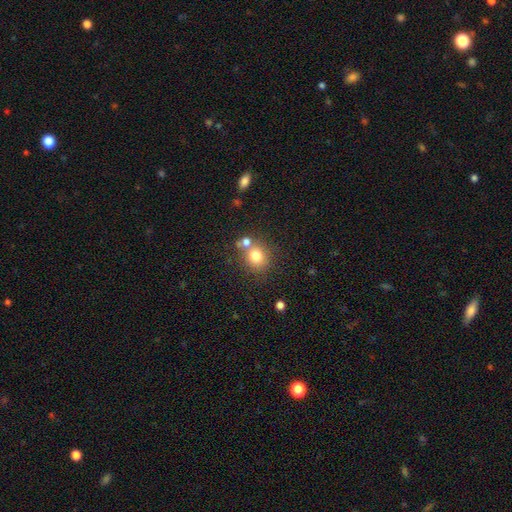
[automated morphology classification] Smooth or featured?
  - smooth: 78% *
  - star or artifact: 12%
  - featured or disk: 9%
How rounded?
  - round: 79% *
  - in between: 20%
  - cigar-shaped: 1%
Merging?
  - none: 62% *
  - merger: 23%
  - minor disturbance: 11%
  - major disturbance: 4%